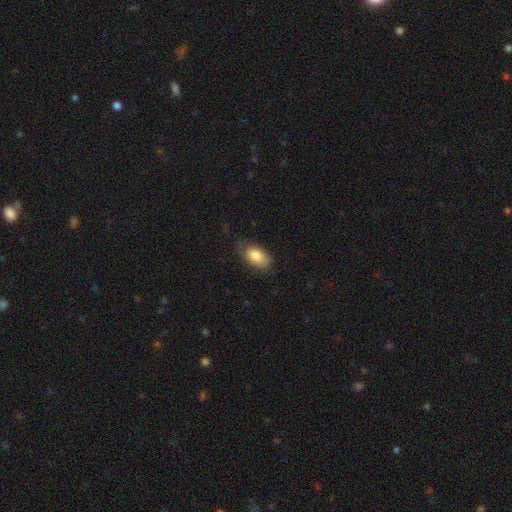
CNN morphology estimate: Smooth or featured?
  - smooth: 84% *
  - featured or disk: 10%
  - star or artifact: 7%
How rounded?
  - in between: 92% *
  - round: 5%
  - cigar-shaped: 2%
Merging?
  - none: 60% *
  - minor disturbance: 28%
  - major disturbance: 11%
  - merger: 1%